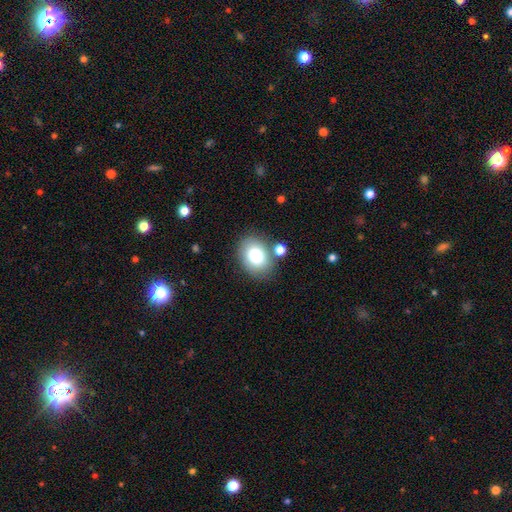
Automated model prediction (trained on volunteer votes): This is likely a smooth galaxy (80%). How rounded: likely in between (67%). Merging: likely none (76%).